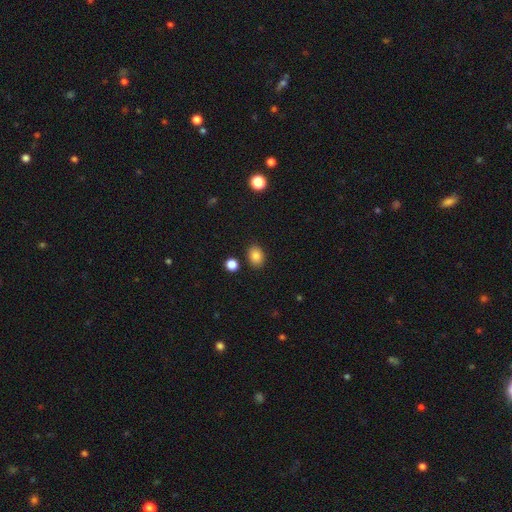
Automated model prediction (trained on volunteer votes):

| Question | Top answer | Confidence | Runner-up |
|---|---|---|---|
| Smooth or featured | smooth | 84% | star or artifact (10%) |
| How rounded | in between | 67% | round (32%) |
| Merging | none | 86% | minor disturbance (9%) |